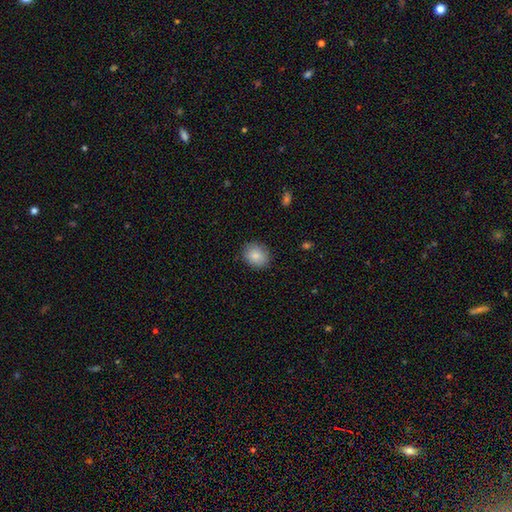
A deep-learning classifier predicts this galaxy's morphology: This appears to be a smooth galaxy with no disk features (86%) that is round (61%). Merging: none (87%).